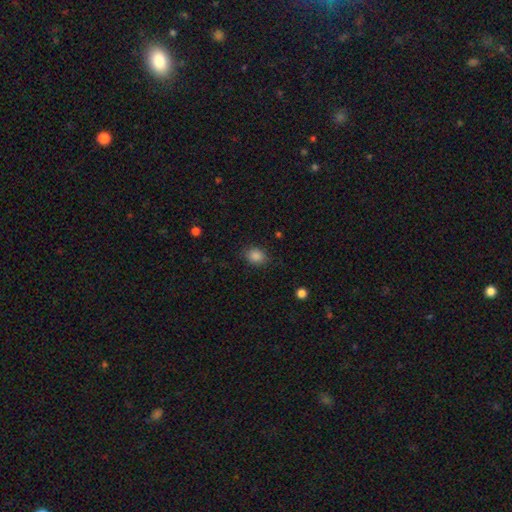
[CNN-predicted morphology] smooth 86%, star or artifact 10%, featured or disk 4%. Down the decision tree: how rounded — in between (52%); merging — none (83%).